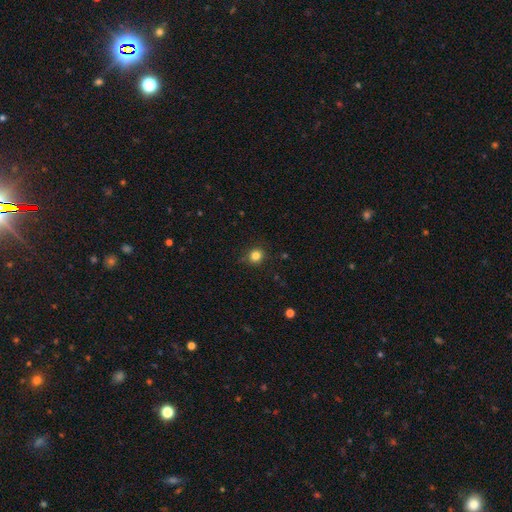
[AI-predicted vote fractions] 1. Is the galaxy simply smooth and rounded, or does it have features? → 83% smooth, 12% star or artifact, 5% featured or disk.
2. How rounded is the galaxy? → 88% round, 11% in between, 1% cigar-shaped.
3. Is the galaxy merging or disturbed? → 88% none, 9% minor disturbance, 2% major disturbance, 1% merger.